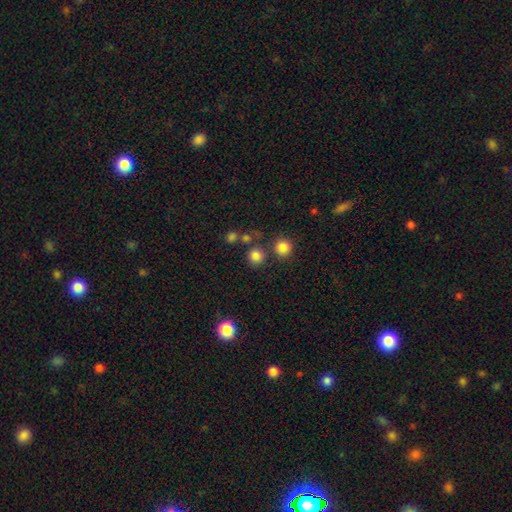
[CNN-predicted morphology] smooth-or-featured: smooth: 80% | star or artifact: 15% | featured or disk: 5%
  how-rounded: round: 92% | in between: 7% | cigar-shaped: 1%
  merging: none: 76% | merger: 12% | minor disturbance: 8% | major disturbance: 4%